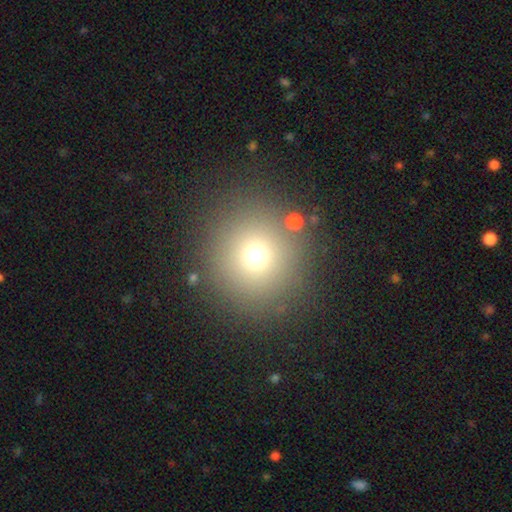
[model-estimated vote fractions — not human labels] This appears to be a smooth galaxy with no disk features (69%) that is round (94%). Merging: none (86%).